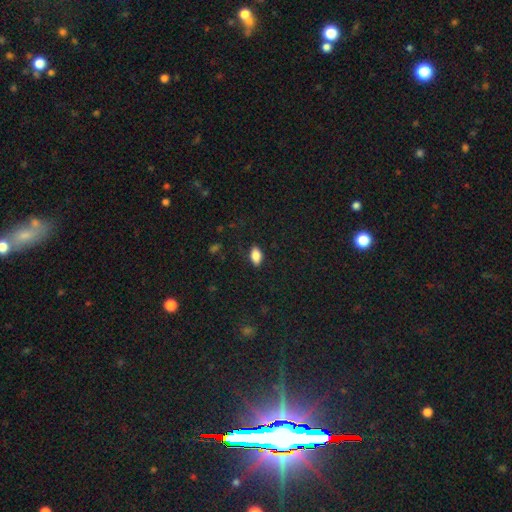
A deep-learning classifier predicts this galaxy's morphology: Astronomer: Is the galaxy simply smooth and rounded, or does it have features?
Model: smooth — 85%.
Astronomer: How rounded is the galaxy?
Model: in between — 91%.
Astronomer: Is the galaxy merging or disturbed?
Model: none — 85%.